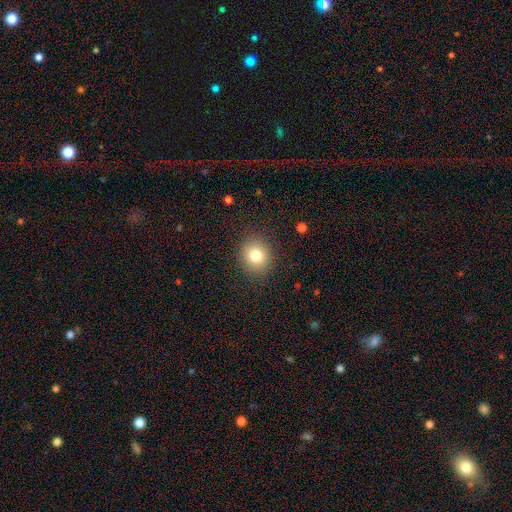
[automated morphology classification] Overall: smooth (80%). How rounded: round (83%). Merging: none (89%).